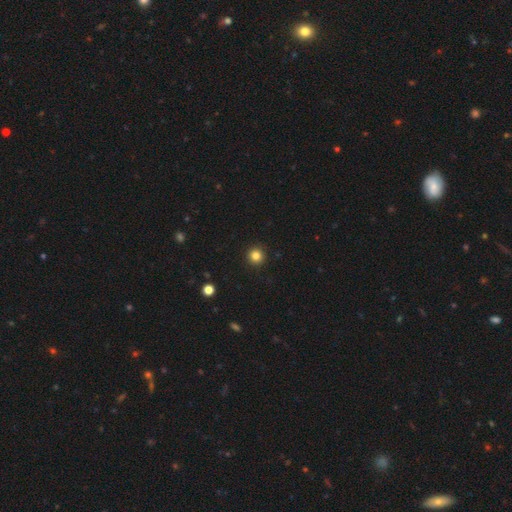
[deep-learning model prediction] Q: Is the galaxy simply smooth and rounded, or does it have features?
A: smooth — 83%.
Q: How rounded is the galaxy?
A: round — 96%.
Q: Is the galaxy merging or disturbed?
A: none — 93%.